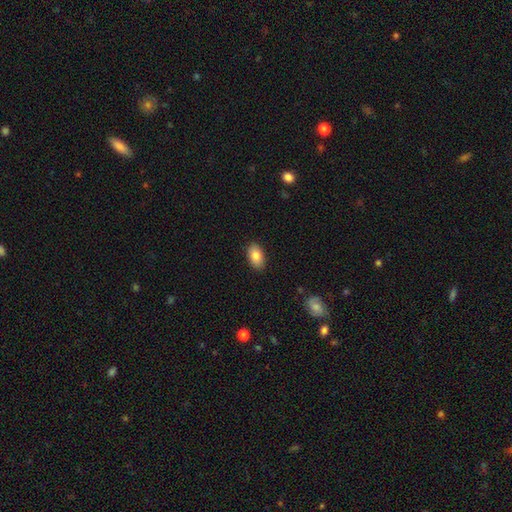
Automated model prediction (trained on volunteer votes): Smooth or featured: smooth — 84% (featured or disk — 9%)
How rounded: in between — 93% (round — 6%)
Merging: none — 88% (minor disturbance — 9%)